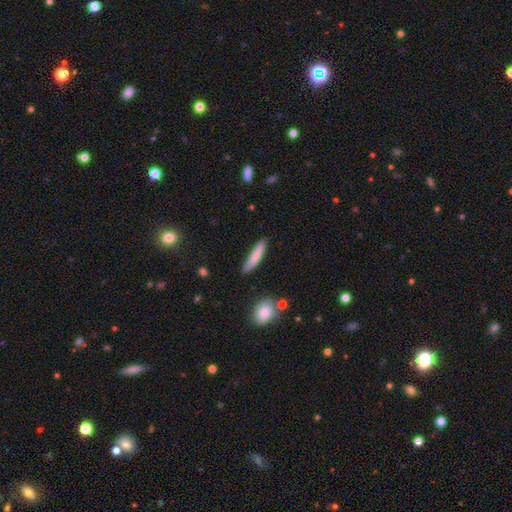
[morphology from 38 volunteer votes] smooth-or-featured: smooth: 87% | featured or disk: 11% | star or artifact: 3%
  how-rounded: cigar-shaped: 91% | in between: 9% | round: 0%
  merging: none: 81% | minor disturbance: 14% | major disturbance: 5% | merger: 0%